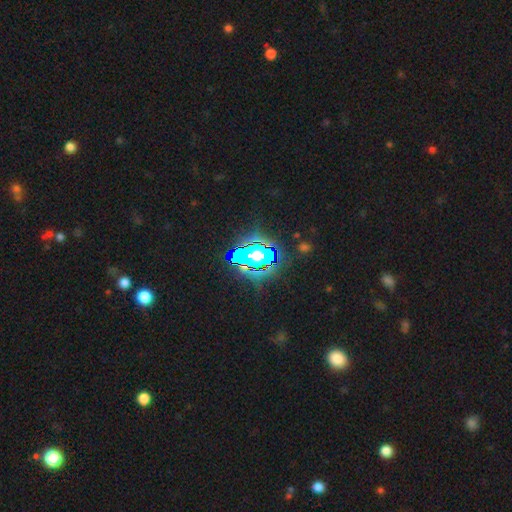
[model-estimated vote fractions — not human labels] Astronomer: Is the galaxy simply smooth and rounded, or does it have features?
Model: star or artifact — 78%.